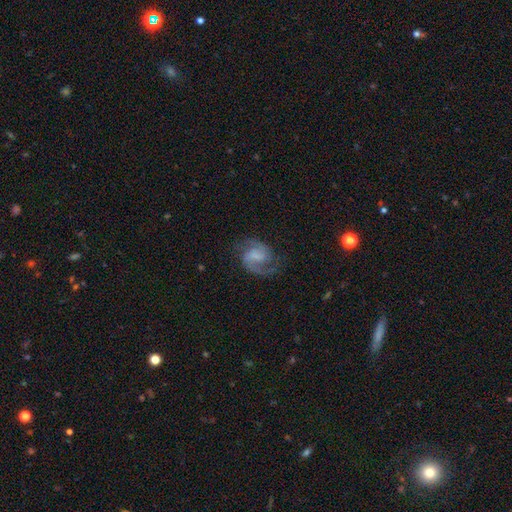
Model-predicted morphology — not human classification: Smooth or featured? featured or disk (86%)
Edge-on disk? no (98%)
Bar? weak (52%)
Spiral arms? yes (97%)
Spiral winding? medium (58%)
Spiral arm count? 2 (91%)
Bulge size? none (44%)
Merging? none (75%)